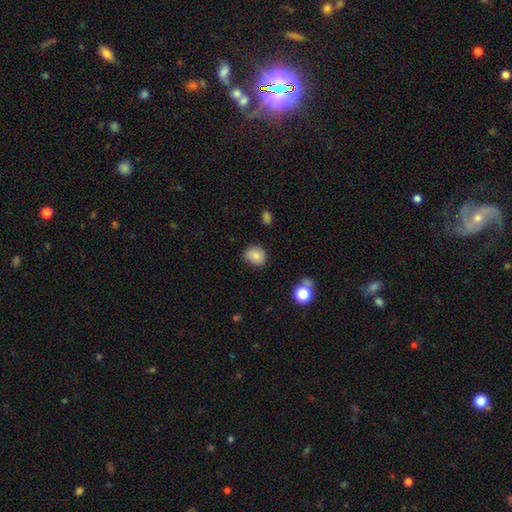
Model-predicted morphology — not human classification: Overall: smooth (81%). How rounded: round (64%; in between 35%). Merging: none (74%).